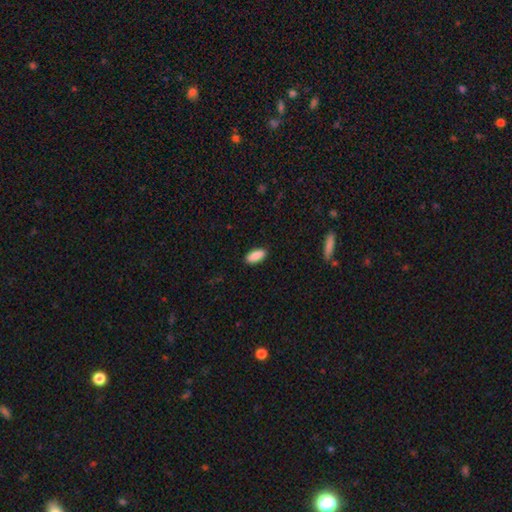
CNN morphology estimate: type=smooth (90%); roundness=in between (89%); merging=none (90%).